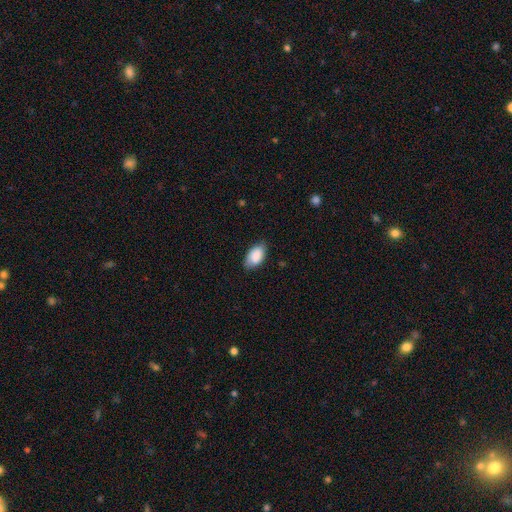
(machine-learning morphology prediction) smooth 88%, featured or disk 6%, star or artifact 6%. Down the decision tree: how rounded — in between (94%); merging — none (76%).